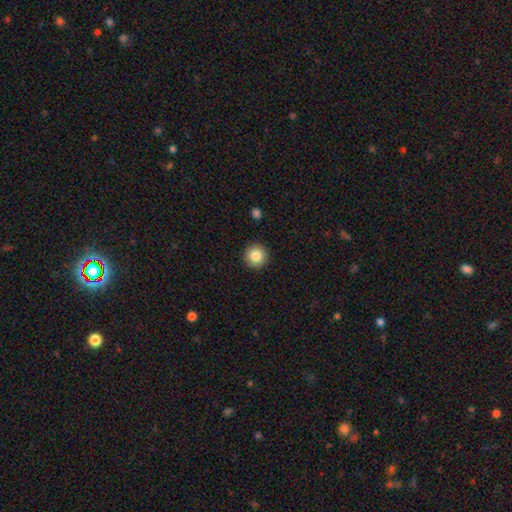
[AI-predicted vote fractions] Morphology: type=smooth (84%); roundness=round (95%); merging=none (93%).